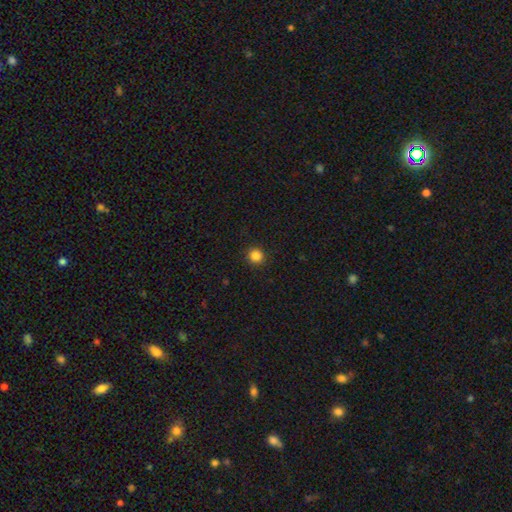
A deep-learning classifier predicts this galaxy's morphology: smooth_or_featured: smooth (p=0.85) [alt: star or artifact p=0.12]
how_rounded: round (p=0.93) [alt: in between p=0.06]
merging: none (p=0.92) [alt: minor disturbance p=0.05]